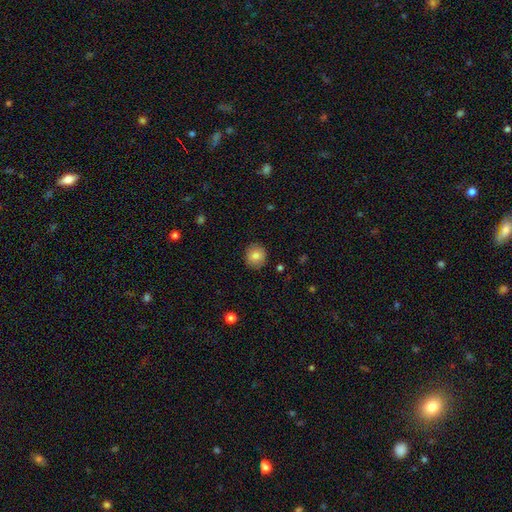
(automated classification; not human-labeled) Smooth or featured? Predicted: smooth (p=0.81). How rounded? Predicted: round (p=0.89). Merging? Predicted: none (p=0.89).